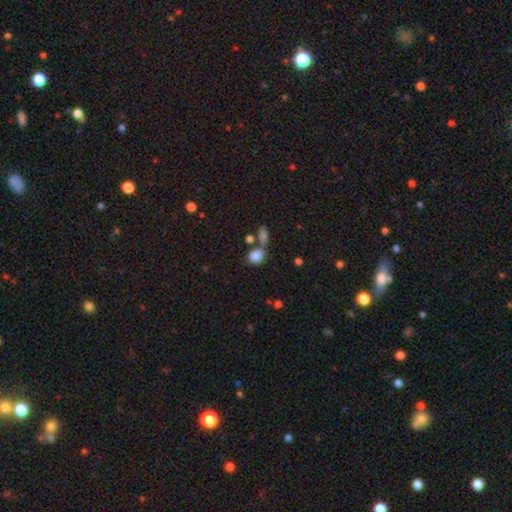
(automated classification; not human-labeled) smooth-or-featured: smooth: 84% | star or artifact: 10% | featured or disk: 6%
  how-rounded: round: 59% | in between: 39% | cigar-shaped: 2%
  merging: none: 50% | merger: 33% | minor disturbance: 12% | major disturbance: 5%